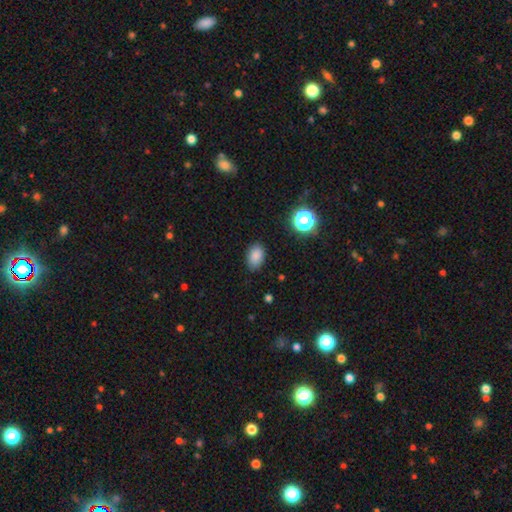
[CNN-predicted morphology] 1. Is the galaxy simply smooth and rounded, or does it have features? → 85% smooth, 10% star or artifact, 5% featured or disk.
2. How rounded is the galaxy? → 83% in between, 16% round, 1% cigar-shaped.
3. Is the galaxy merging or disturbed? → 83% none, 13% minor disturbance, 3% major disturbance, 1% merger.